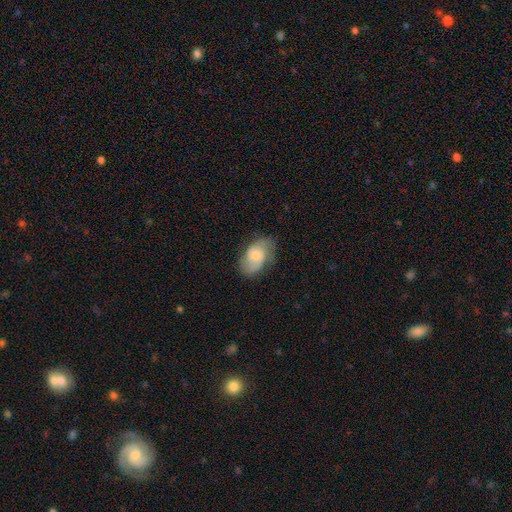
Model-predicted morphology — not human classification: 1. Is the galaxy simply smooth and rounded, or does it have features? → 50% featured or disk, 43% smooth, 7% star or artifact.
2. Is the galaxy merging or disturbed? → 67% none, 23% minor disturbance, 8% major disturbance, 1% merger.